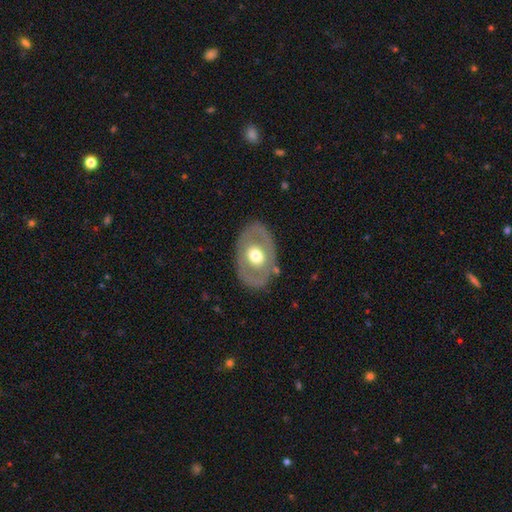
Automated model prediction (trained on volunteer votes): Smooth or featured? featured or disk (53%)
Edge-on disk? no (90%)
Merging? none (81%)